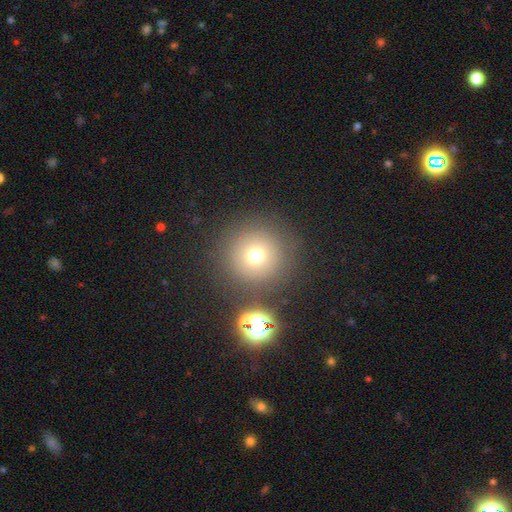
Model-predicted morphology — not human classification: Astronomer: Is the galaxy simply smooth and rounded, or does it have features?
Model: smooth — 69%.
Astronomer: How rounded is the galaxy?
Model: round — 95%.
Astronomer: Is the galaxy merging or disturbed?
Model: none — 82%.